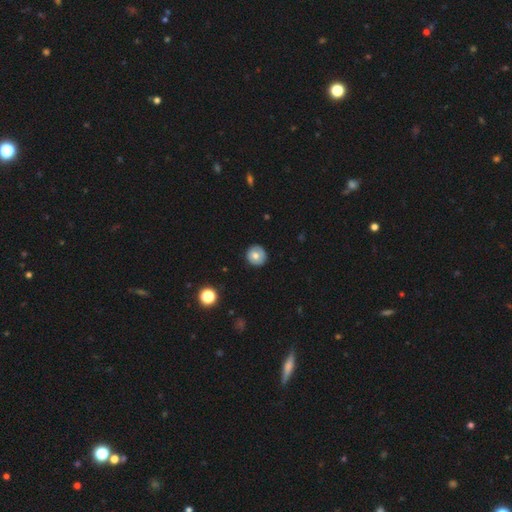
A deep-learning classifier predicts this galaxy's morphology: This appears to be a smooth galaxy with no disk features (69%) that is round (92%). Merging: none (89%).